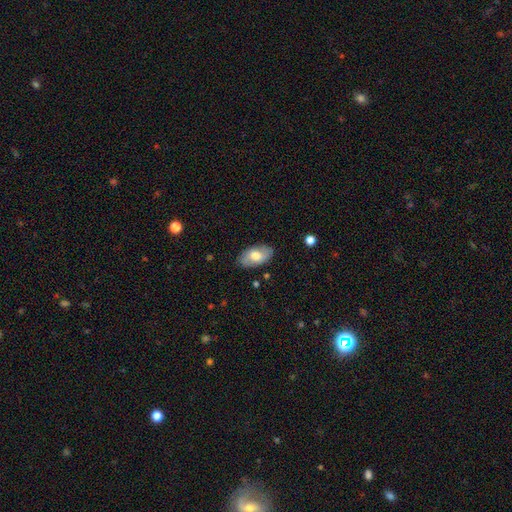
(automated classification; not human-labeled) The model was most divided on "smooth or featured": smooth: 68%, featured or disk: 26%, star or artifact: 6%. More confident: how rounded — in between (94%); merging — none (83%).